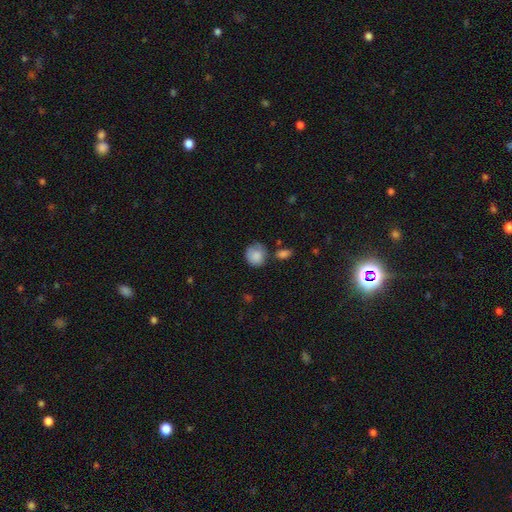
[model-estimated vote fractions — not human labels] Overall: smooth (86%). How rounded: round (85%). Merging: none (62%; minor disturbance 23%).